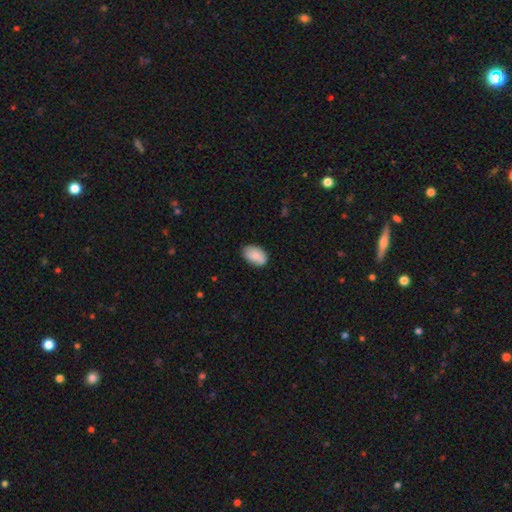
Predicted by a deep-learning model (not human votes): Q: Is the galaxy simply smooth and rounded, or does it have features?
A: smooth — 84%.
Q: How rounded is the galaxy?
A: in between — 90%.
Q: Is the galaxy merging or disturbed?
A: none — 78%.